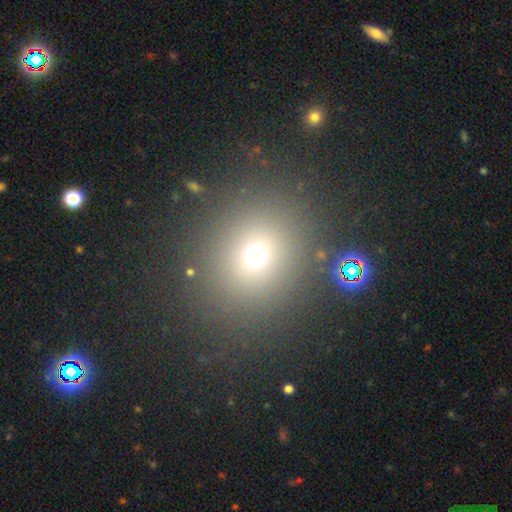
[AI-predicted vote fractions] The model was most divided on "smooth or featured": smooth: 67%, star or artifact: 24%, featured or disk: 9%. More confident: merging — none (82%); how rounded — round (80%).